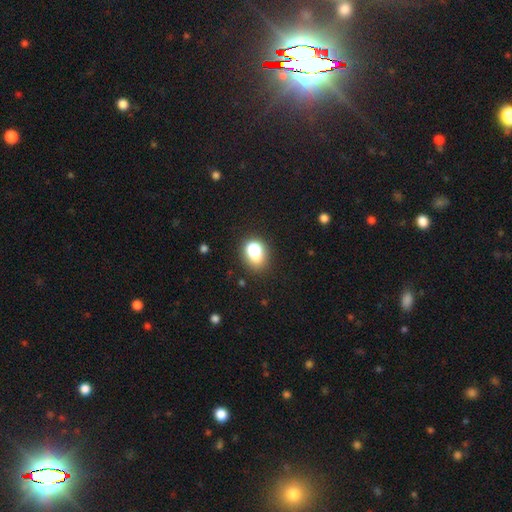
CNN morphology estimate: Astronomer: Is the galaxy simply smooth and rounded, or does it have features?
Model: smooth — 73%.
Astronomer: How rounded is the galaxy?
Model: in between — 55% (runner-up: round, 44%).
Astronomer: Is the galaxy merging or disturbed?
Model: none — 52%.